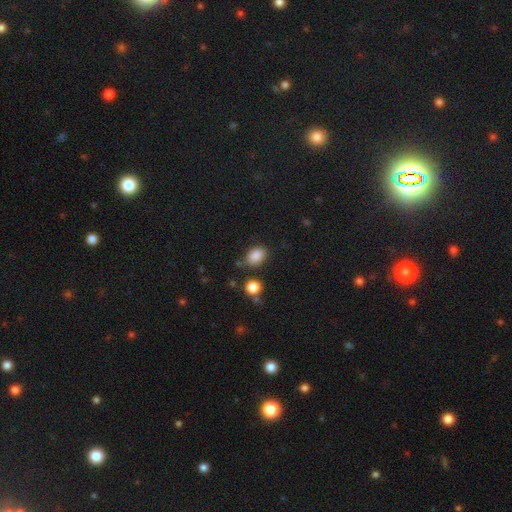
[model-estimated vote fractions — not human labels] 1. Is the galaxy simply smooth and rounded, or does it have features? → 86% smooth, 9% star or artifact, 4% featured or disk.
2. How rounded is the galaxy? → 78% in between, 21% round, 1% cigar-shaped.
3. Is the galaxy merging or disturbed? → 72% none, 17% minor disturbance, 6% merger, 5% major disturbance.